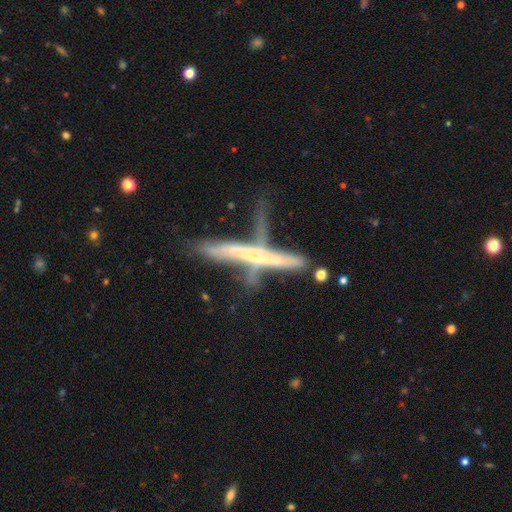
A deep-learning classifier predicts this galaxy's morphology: Smooth or featured? Predicted: featured or disk (p=0.68). Edge-on disk? Predicted: yes (p=0.89). Edge-on bulge? Predicted: none (p=0.69). Merging? Predicted: none (p=0.38).